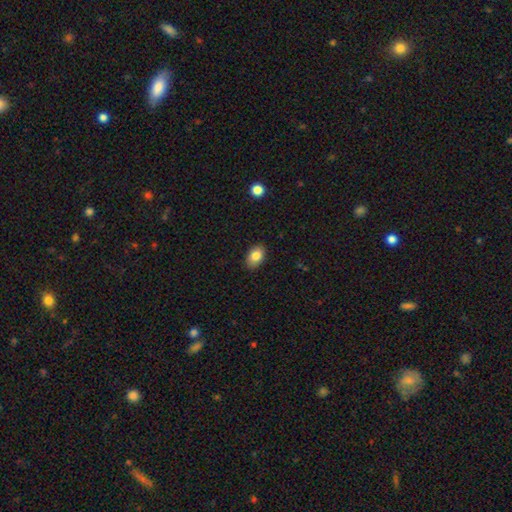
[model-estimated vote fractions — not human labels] A smooth galaxy with no disk features (84%) that is in between round and cigar-shaped (86%). Merging: none (88%).